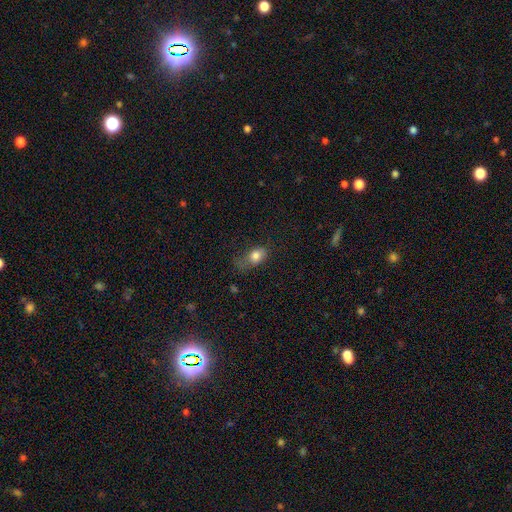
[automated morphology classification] Overall: smooth (80%). How rounded: in between (73%). Merging: none (35%; minor disturbance 32%).